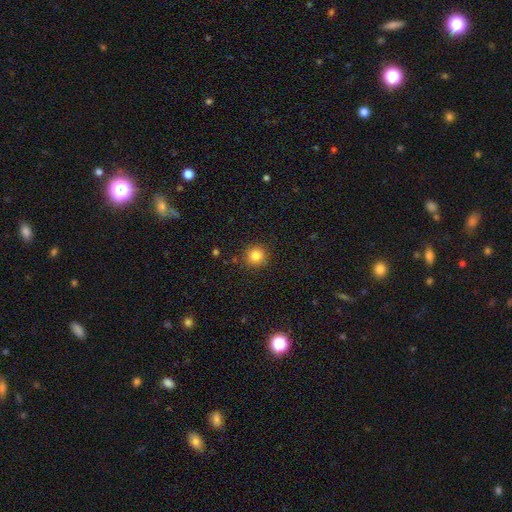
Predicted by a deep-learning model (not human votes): smooth 82%, star or artifact 12%, featured or disk 6%. Down the decision tree: how rounded — round (94%); merging — none (90%).